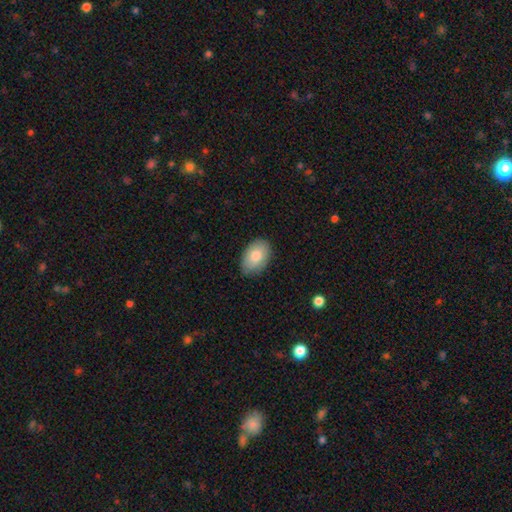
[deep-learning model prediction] Smooth or featured?
  - smooth: 82% *
  - featured or disk: 12%
  - star or artifact: 6%
How rounded?
  - in between: 90% *
  - round: 9%
  - cigar-shaped: 1%
Merging?
  - none: 82% *
  - minor disturbance: 14%
  - major disturbance: 2%
  - merger: 1%